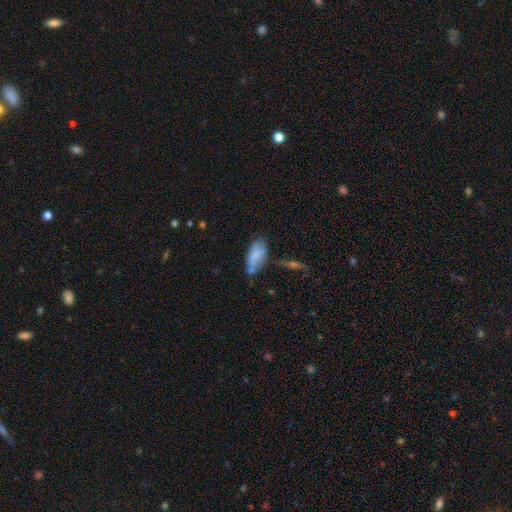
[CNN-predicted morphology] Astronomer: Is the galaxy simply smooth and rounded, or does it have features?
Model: smooth — 69%.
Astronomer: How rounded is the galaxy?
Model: in between — 92%.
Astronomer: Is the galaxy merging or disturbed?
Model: none — 42% (runner-up: minor disturbance, 31%).